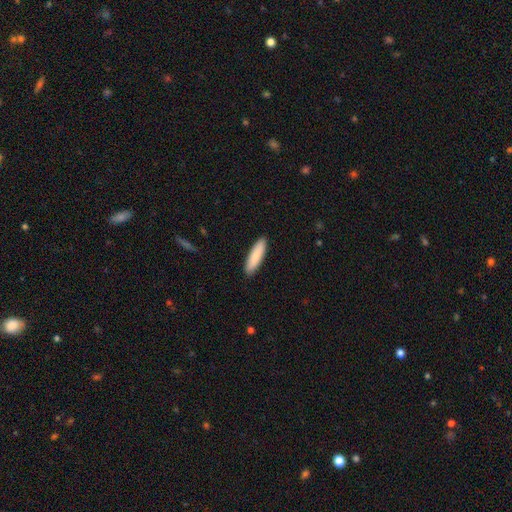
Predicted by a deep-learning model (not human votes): This appears to be a smooth galaxy with no disk features (87%) that is cigar-shaped (67%). Merging: none (91%).